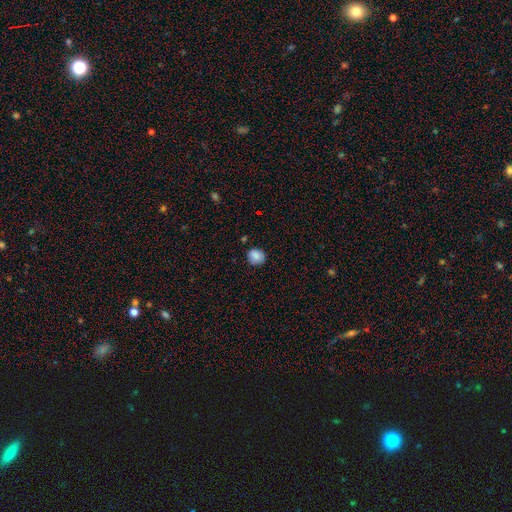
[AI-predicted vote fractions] The model was most divided on "how rounded": round: 83%, in between: 16%, cigar-shaped: 1%. More confident: smooth or featured — smooth (85%); merging — none (83%).